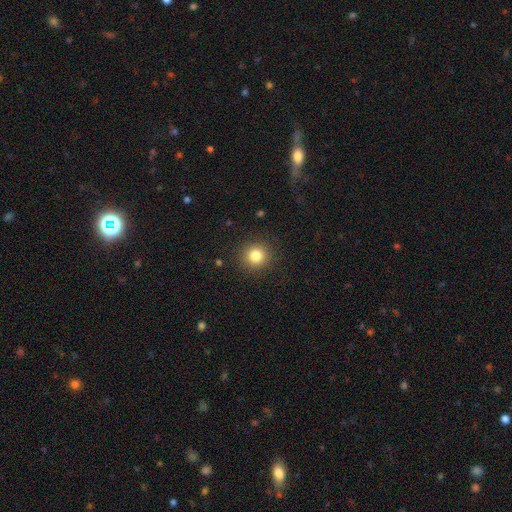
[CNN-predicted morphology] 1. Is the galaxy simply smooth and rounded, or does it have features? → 83% smooth, 11% star or artifact, 6% featured or disk.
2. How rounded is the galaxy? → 92% round, 7% in between, 1% cigar-shaped.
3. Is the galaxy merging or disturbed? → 90% none, 6% minor disturbance, 3% major disturbance, 1% merger.